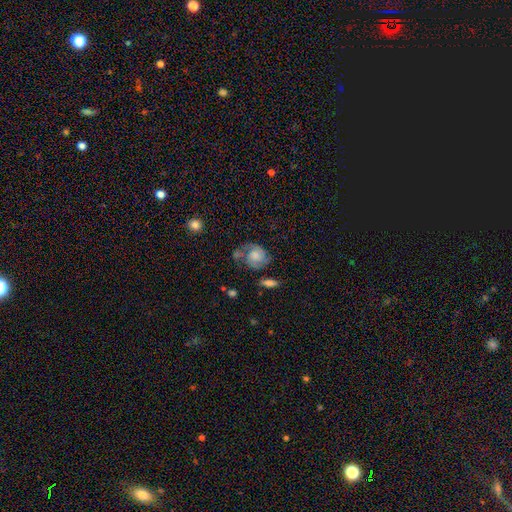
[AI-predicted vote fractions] A featured or disk galaxy (60%) with no bar (73%), 2 (67%) medium (43%) spiral arms (88%) and a large central bulge (27%, tied with moderate).

Vote fractions:
- Smooth or featured? featured or disk: 60% / smooth: 32% / star or artifact: 8%
- Edge-on disk? no: 97% / yes: 3%
- Bar? no: 73% / weak: 23% / strong: 4%
- Spiral arms? yes: 88% / no: 12%
- Spiral winding? medium: 43% / tight: 39% / loose: 18%
- Spiral arm count? 2: 67% / can't tell: 14% / 1: 10% / 3: 5% / 4: 2% / more than 4: 2%
- Bulge size? large: 27% (tied) / moderate: 27% (tied) / none: 23% / small: 19% / dominant: 4%
- Merging? none: 46% / minor disturbance: 24% / major disturbance: 18% / merger: 11%